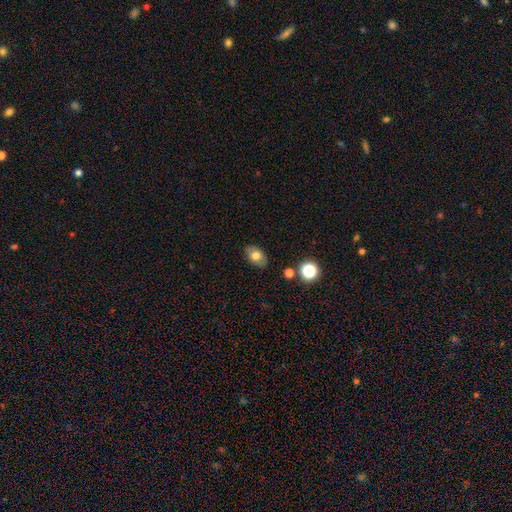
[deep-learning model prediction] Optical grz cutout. It shows a smooth galaxy with no disk features (74%) that is in between round and cigar-shaped (84%). Merging: none (83%).